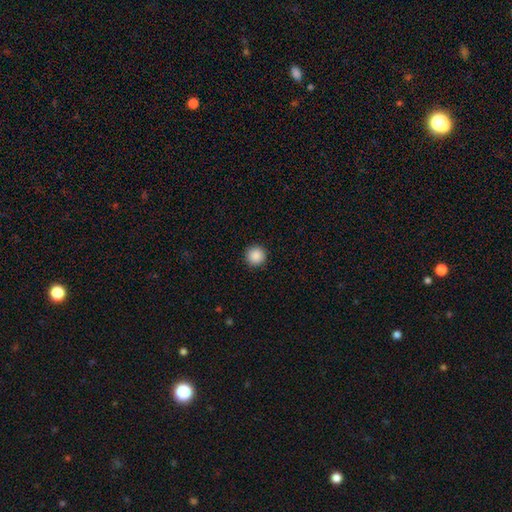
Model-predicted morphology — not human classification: Smooth or featured? smooth (89%)
How rounded? round (96%)
Merging? none (93%)